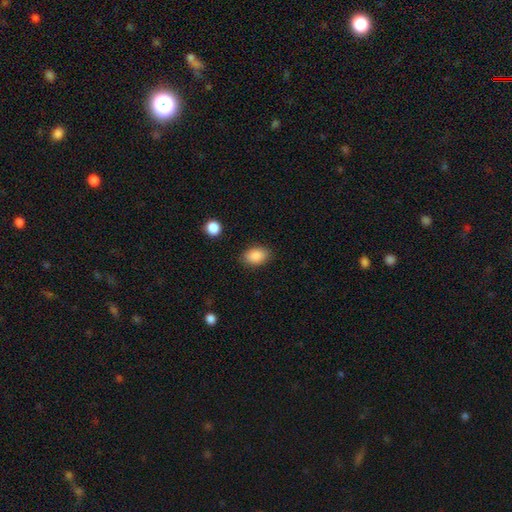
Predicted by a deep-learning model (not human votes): Morphology: type=smooth (88%); roundness=in between (86%); merging=none (86%).